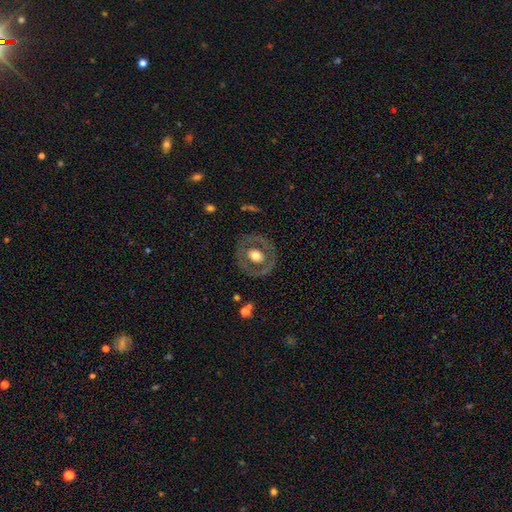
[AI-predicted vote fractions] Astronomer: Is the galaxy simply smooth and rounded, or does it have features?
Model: featured or disk — 53% (runner-up: smooth, 41%).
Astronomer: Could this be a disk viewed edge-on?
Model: no — 94%.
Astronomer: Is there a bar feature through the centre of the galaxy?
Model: no — 85%.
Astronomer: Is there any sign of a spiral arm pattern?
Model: no — 90%.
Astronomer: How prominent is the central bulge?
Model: moderate — 56% (runner-up: large, 35%).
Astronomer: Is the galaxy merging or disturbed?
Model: none — 81%.